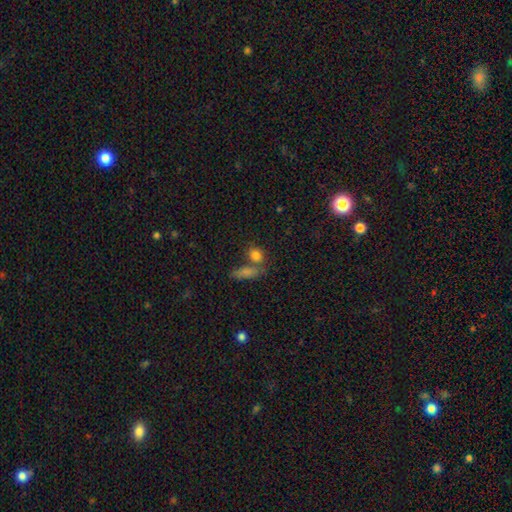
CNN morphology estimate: A smooth galaxy with no disk features (81%) that is in between round and cigar-shaped (55%).

Vote fractions:
- Smooth or featured? smooth: 81% / star or artifact: 11% / featured or disk: 8%
- How rounded? in between: 55% / round: 40% / cigar-shaped: 5%
- Merging? none: 51% / merger: 34% / minor disturbance: 11% / major disturbance: 5%